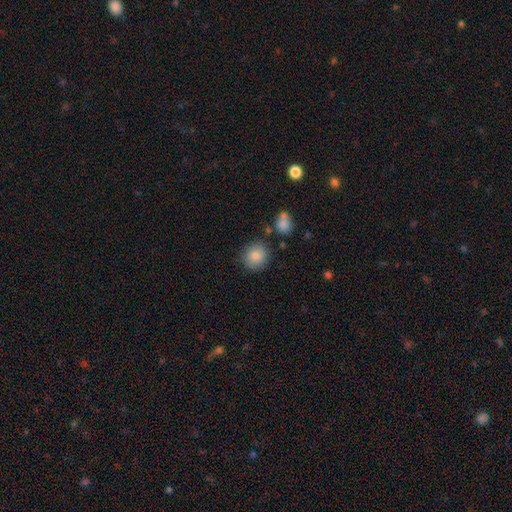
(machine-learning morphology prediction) type=smooth (84%); roundness=round (82%); merging=none (82%).